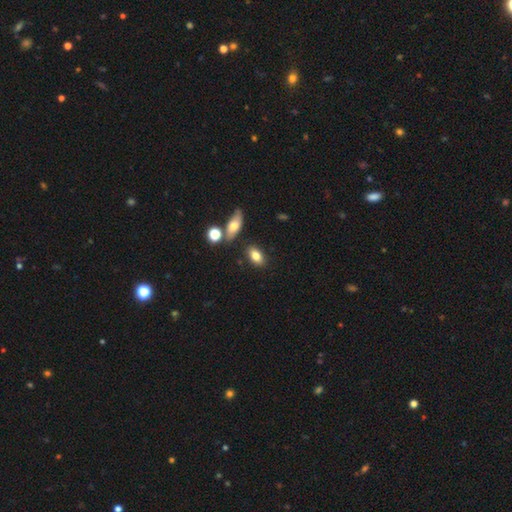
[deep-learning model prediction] Overall: smooth (80%). How rounded: in between (86%). Merging: none (80%).